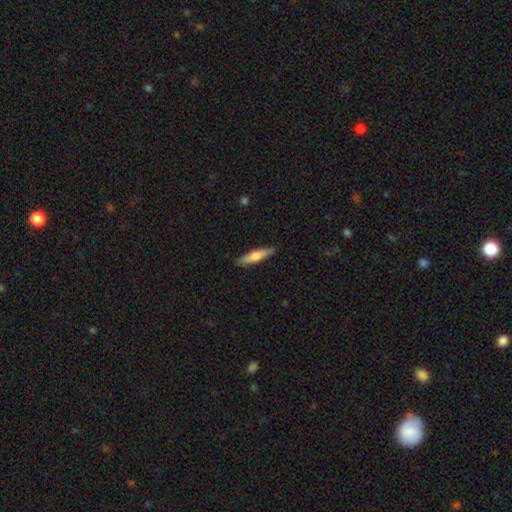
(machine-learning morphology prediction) Smooth or featured? smooth (59%)
How rounded? cigar-shaped (81%)
Merging? none (88%)